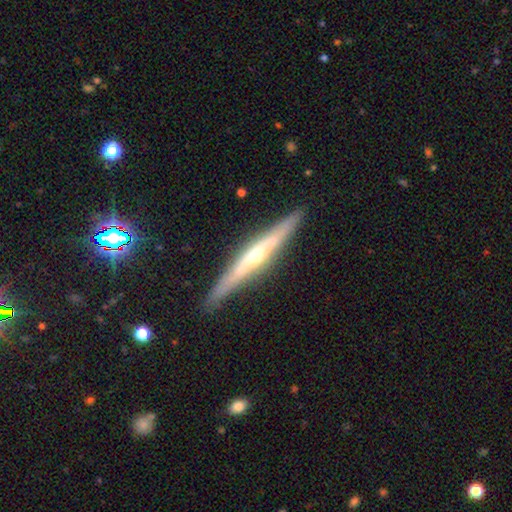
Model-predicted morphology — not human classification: This appears to be a featured or disk galaxy (74%) viewed edge-on (96%) with a rounded central bulge (80%). Merging: none (90%).